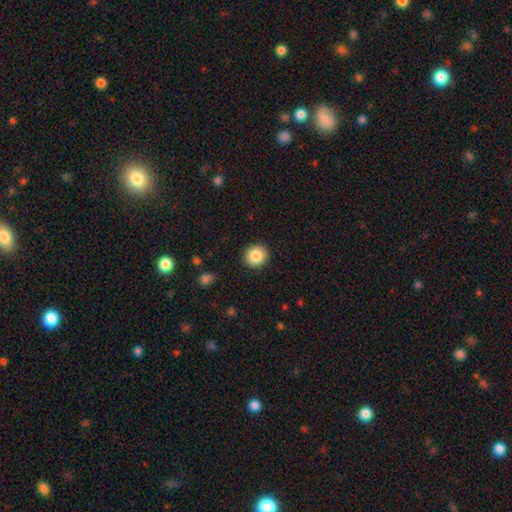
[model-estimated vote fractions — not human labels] The model was most divided on "how rounded": round: 86%, in between: 13%, cigar-shaped: 1%. More confident: merging — none (91%); smooth or featured — smooth (85%).